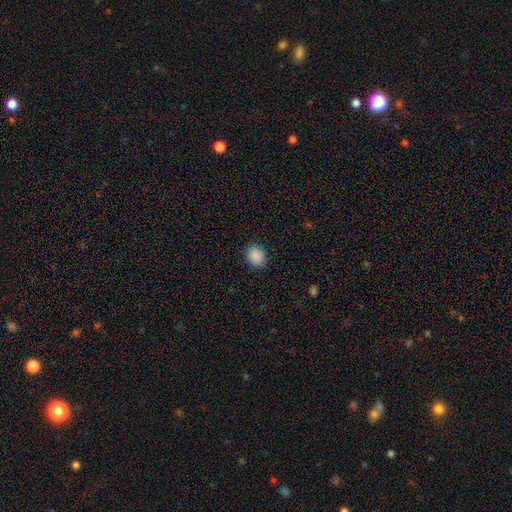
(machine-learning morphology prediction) Smooth or featured: smooth — 89% (star or artifact — 8%)
How rounded: round — 62% (in between — 37%)
Merging: none — 88% (minor disturbance — 8%)